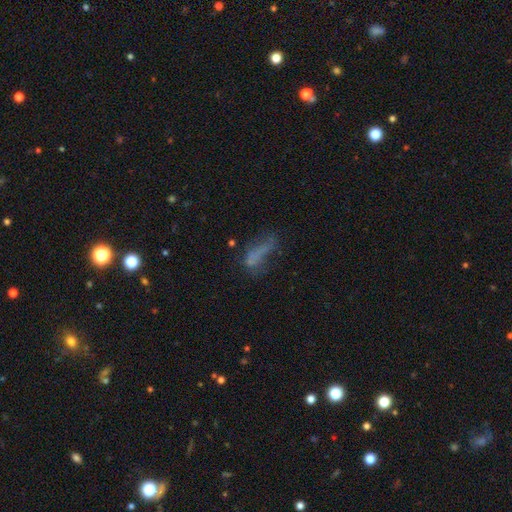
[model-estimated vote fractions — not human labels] Smooth or featured: smooth — 54% (featured or disk — 28%)
How rounded: in between — 55% (cigar-shaped — 40%)
Merging: none — 35% (major disturbance — 33%)